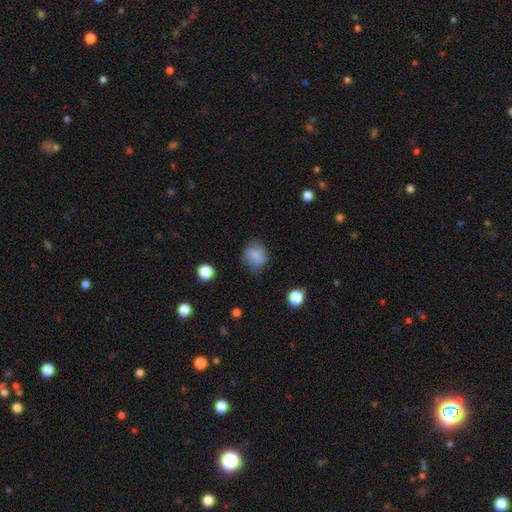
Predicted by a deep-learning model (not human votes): Morphology: type=smooth (77%); roundness=round (65%); merging=none (57%).